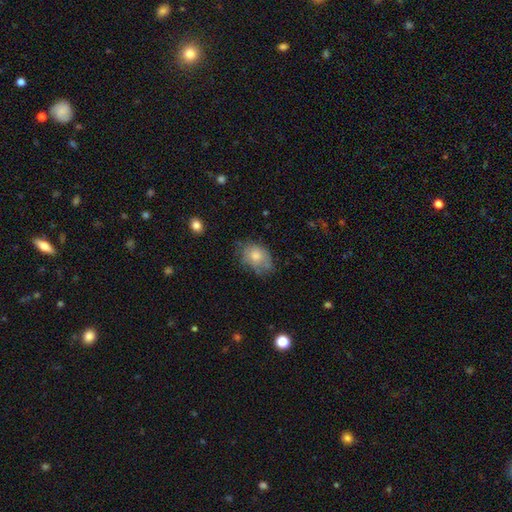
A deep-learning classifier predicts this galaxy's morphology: Q: Smooth or featured?
A: smooth (67%); runner-up: featured or disk (23%)
Q: How rounded?
A: in between (71%); runner-up: round (28%)
Q: Merging?
A: none (58%); runner-up: minor disturbance (30%)